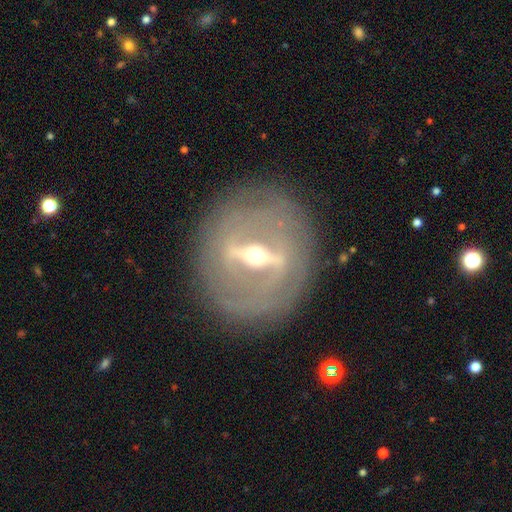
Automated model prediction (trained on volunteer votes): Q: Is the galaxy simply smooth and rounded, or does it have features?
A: featured or disk — 86%.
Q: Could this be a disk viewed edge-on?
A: no — 76%.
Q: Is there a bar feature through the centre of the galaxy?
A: strong — 81%.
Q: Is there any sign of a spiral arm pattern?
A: no — 56%.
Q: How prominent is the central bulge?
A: moderate — 54%.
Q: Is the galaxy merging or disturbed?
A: none — 84%.